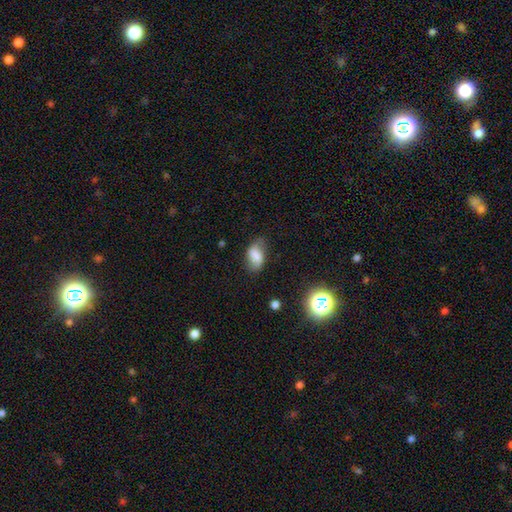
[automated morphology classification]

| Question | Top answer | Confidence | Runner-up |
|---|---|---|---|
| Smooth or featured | smooth | 70% | featured or disk (20%) |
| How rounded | in between | 89% | round (8%) |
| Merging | none | 65% | minor disturbance (25%) |